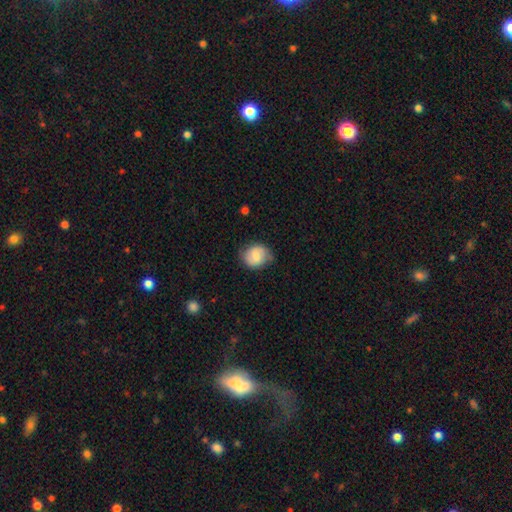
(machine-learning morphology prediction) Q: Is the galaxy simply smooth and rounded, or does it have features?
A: smooth — 65%.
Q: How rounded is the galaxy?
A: round — 63%.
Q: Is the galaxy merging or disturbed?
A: none — 73%.